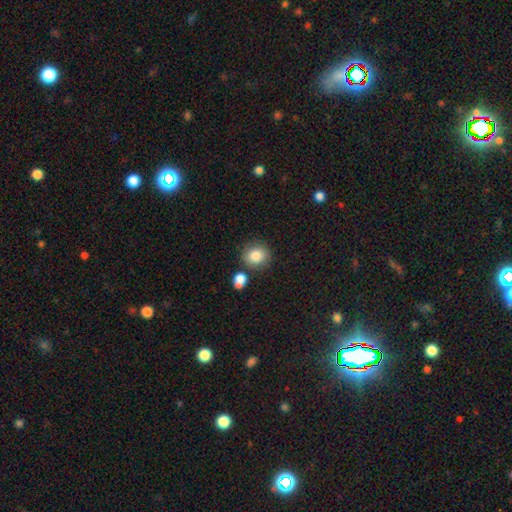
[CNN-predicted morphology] Smooth or featured? Predicted: smooth (p=0.84). How rounded? Predicted: round (p=0.83). Merging? Predicted: none (p=0.77).